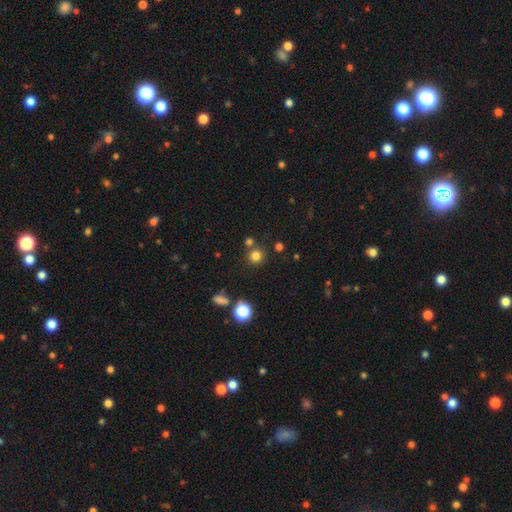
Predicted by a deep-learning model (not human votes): A smooth galaxy with no disk features (77%) that is round (93%).

Vote fractions:
- Smooth or featured? smooth: 77% / star or artifact: 17% / featured or disk: 6%
- How rounded? round: 93% / in between: 6% / cigar-shaped: 1%
- Merging? none: 77% / merger: 13% / minor disturbance: 7% / major disturbance: 3%